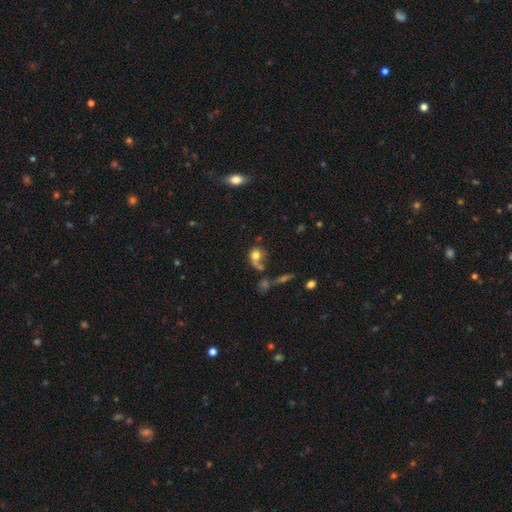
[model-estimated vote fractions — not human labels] smooth 69%, featured or disk 19%, star or artifact 12%. Down the decision tree: how rounded — round (66%); merging — none (33%).